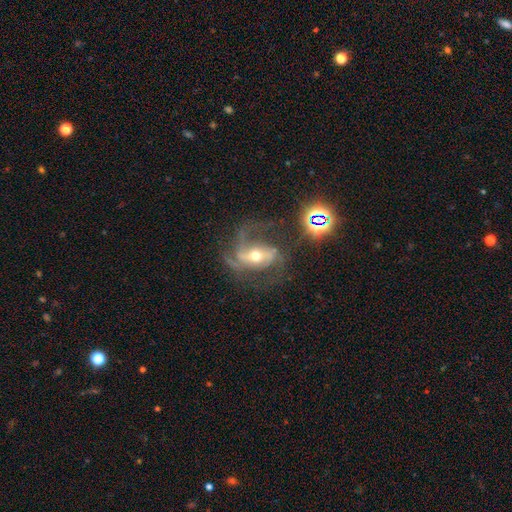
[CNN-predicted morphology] This appears to be a featured or disk galaxy (83%) with a strong bar (41%), 2 (53%) medium (44%) spiral arms (94%) and a moderate central bulge (60%). Merging: none (48%).